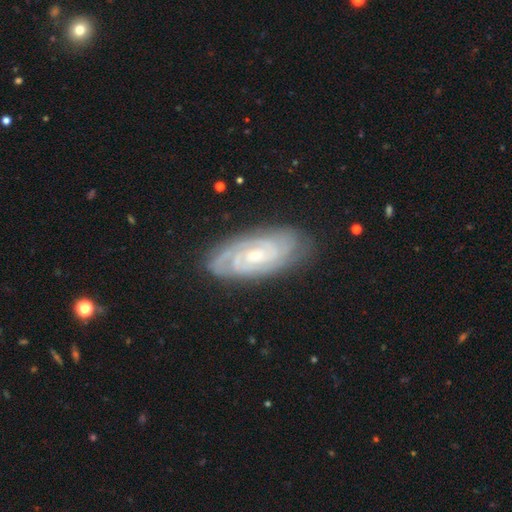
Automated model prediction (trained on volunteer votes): This appears to be a featured or disk galaxy (85%) with no bar (61%), 2 (36%) tight (77%) spiral arms (97%) and a small central bulge (57%). Merging: none (81%).